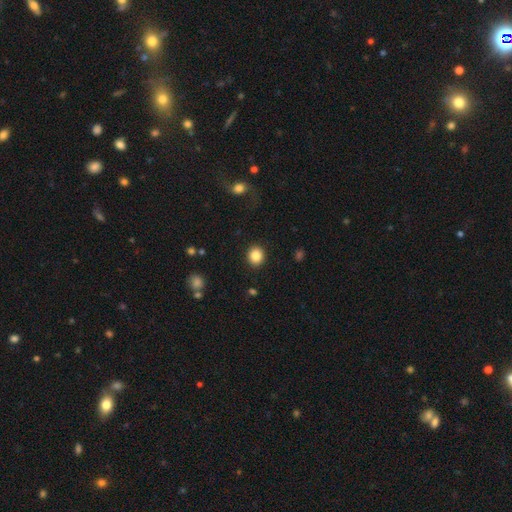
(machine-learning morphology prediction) A smooth galaxy with no disk features (85%) that is round (77%). Merging: none (91%).